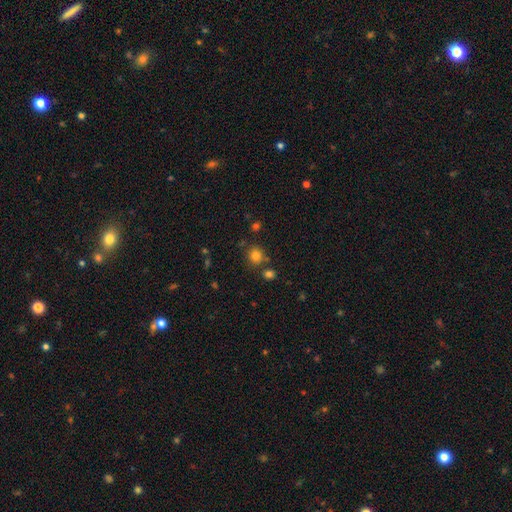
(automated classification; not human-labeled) Smooth or featured? Predicted: smooth (p=0.79). How rounded? Predicted: round (p=0.88). Merging? Predicted: none (p=0.78).